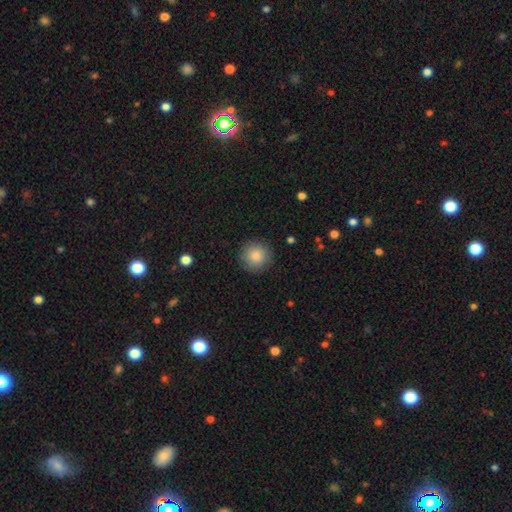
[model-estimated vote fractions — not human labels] smooth 86%, star or artifact 8%, featured or disk 5%. Down the decision tree: how rounded — round (95%); merging — none (89%).